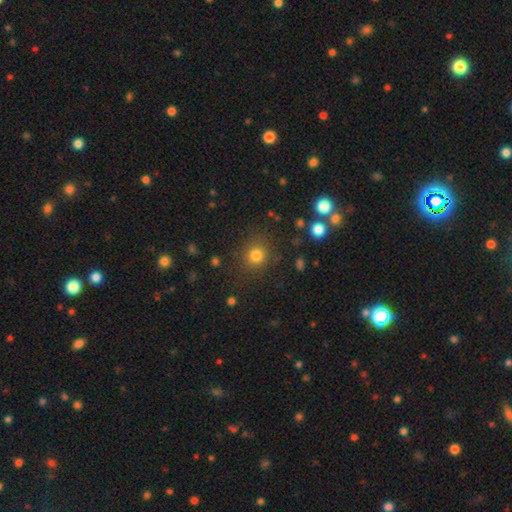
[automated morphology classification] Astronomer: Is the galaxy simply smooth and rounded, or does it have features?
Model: smooth — 81%.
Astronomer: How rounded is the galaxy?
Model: round — 90%.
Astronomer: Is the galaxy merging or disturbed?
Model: none — 85%.